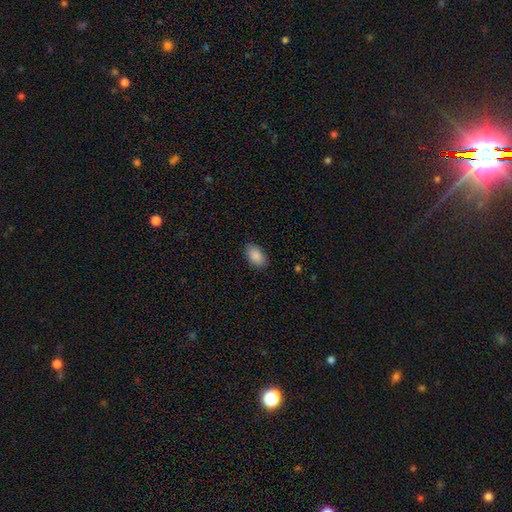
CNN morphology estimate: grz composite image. It shows a smooth galaxy with no disk features (89%) that is in between round and cigar-shaped (92%). Merging: none (86%).